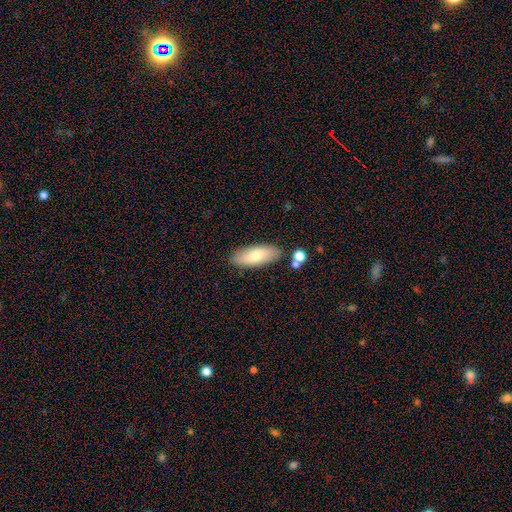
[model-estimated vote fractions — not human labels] Q: Smooth or featured?
A: smooth (72%); runner-up: featured or disk (22%)
Q: How rounded?
A: in between (73%); runner-up: cigar-shaped (25%)
Q: Merging?
A: none (83%); runner-up: minor disturbance (11%)